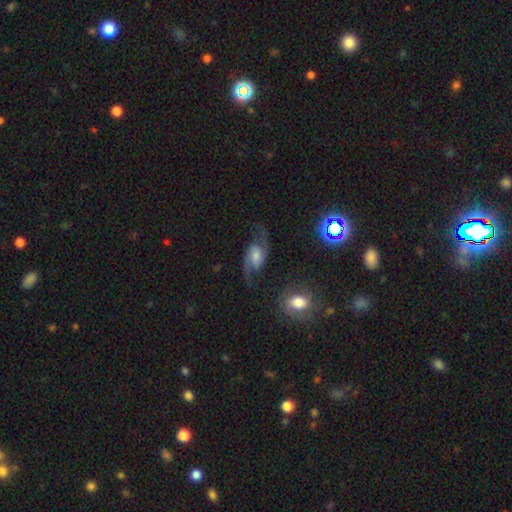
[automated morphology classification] type=featured or disk (83%); edge-on=no (96%); bar=no (46%); spiral arms=yes (97%); winding=loose (55%); arm count=2 (93%); bulge=moderate (43%); merging=none (70%).